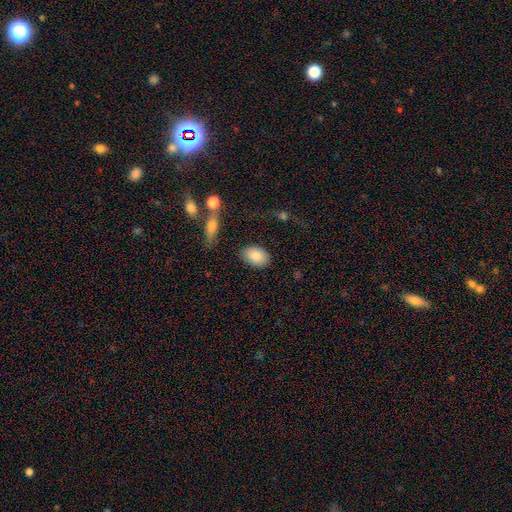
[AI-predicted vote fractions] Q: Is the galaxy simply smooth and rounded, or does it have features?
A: smooth — 87%.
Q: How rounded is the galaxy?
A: in between — 87%.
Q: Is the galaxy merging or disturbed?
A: none — 83%.